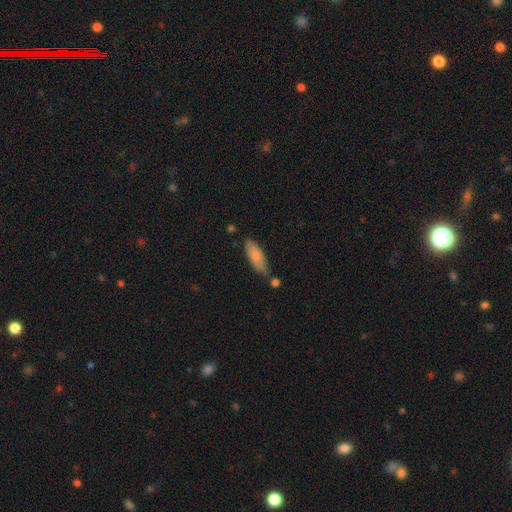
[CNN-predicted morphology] Smooth or featured: smooth — 79% (featured or disk — 15%)
How rounded: in between — 64% (cigar-shaped — 34%)
Merging: none — 67% (minor disturbance — 21%)